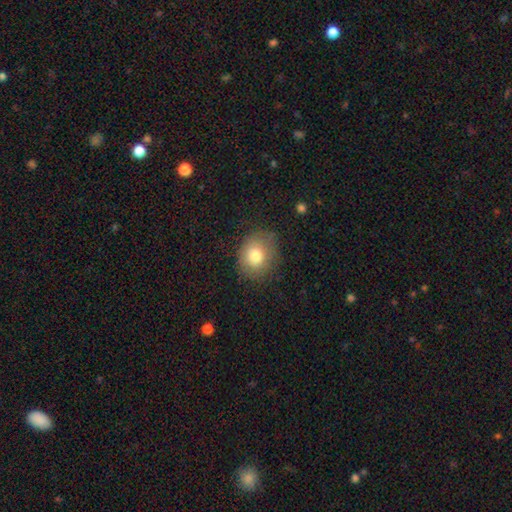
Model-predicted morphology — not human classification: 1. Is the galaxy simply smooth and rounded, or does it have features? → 78% smooth, 12% featured or disk, 10% star or artifact.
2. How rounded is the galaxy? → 66% round, 33% in between, 1% cigar-shaped.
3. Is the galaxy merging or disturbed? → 74% none, 19% minor disturbance, 6% major disturbance, 1% merger.